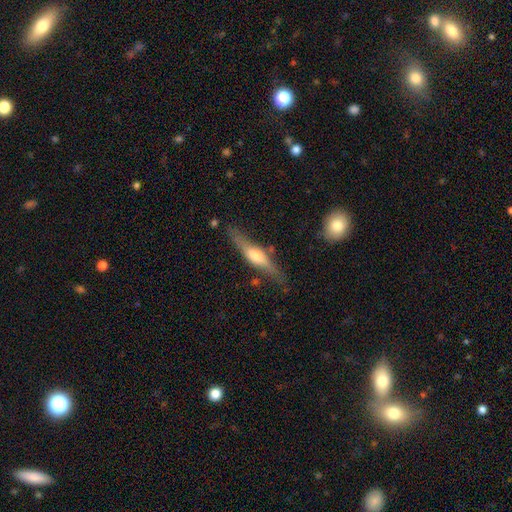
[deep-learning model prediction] Smooth or featured?
  - featured or disk: 63% *
  - smooth: 31%
  - star or artifact: 6%
Edge-on disk?
  - yes: 91% *
  - no: 9%
Edge-on bulge?
  - rounded: 82% *
  - boxy: 13%
  - none: 5%
Merging?
  - none: 75% *
  - minor disturbance: 17%
  - major disturbance: 5%
  - merger: 3%